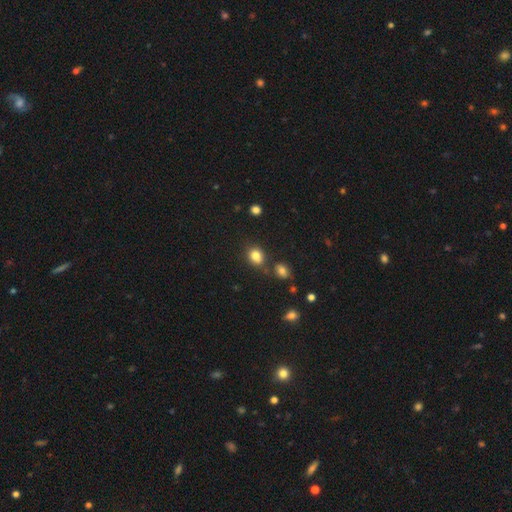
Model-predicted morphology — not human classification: A smooth galaxy with no disk features (81%) that is round (50%).

Vote fractions:
- Smooth or featured? smooth: 81% / star or artifact: 12% / featured or disk: 7%
- How rounded? round: 50% / in between: 49% / cigar-shaped: 1%
- Merging? none: 67% / merger: 15% / minor disturbance: 14% / major disturbance: 4%